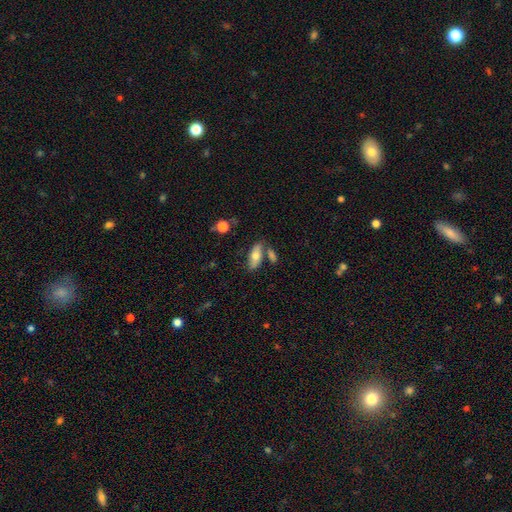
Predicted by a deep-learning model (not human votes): A smooth galaxy with no disk features (64%) that is in between round and cigar-shaped (75%). Merging: none (63%).